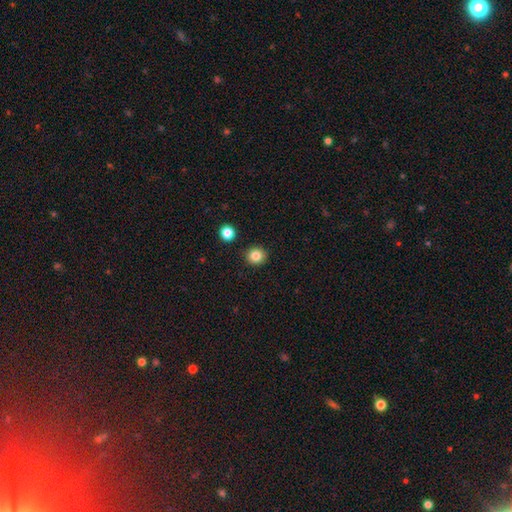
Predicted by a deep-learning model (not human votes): smooth-or-featured: smooth: 84% | star or artifact: 11% | featured or disk: 5%
  how-rounded: round: 90% | in between: 9% | cigar-shaped: 1%
  merging: none: 91% | minor disturbance: 5% | merger: 2% | major disturbance: 2%